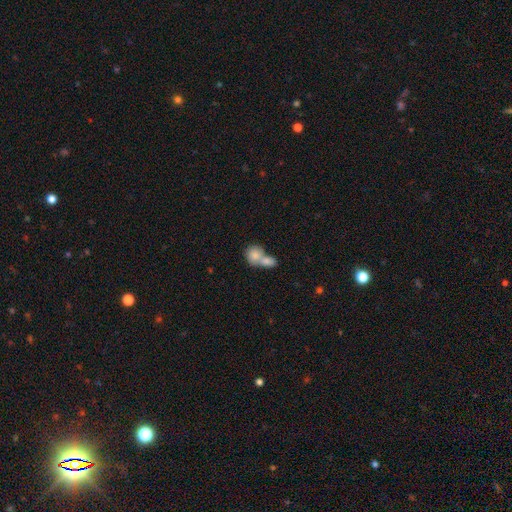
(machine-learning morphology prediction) Smooth or featured? smooth (80%)
How rounded? round (63%)
Merging? merger (71%)